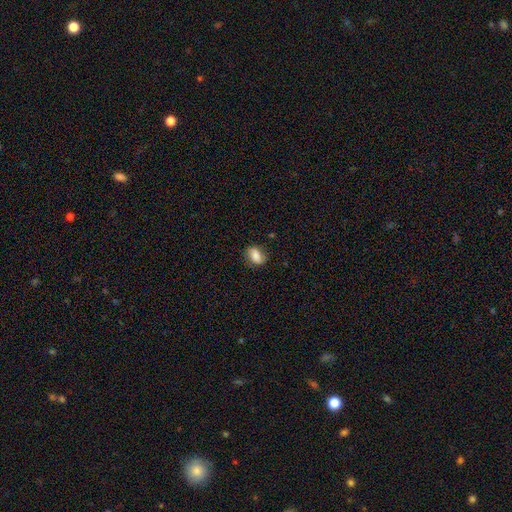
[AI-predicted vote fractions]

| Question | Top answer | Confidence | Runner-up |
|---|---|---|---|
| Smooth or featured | smooth | 79% | featured or disk (13%) |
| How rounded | in between | 78% | round (19%) |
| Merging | none | 78% | minor disturbance (17%) |